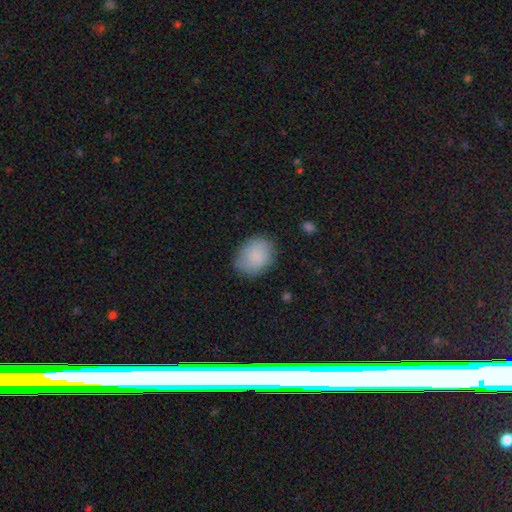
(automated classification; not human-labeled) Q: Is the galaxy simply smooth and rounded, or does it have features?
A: smooth — 85%.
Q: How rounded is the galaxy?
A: in between — 57%.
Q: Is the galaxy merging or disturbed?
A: none — 79%.